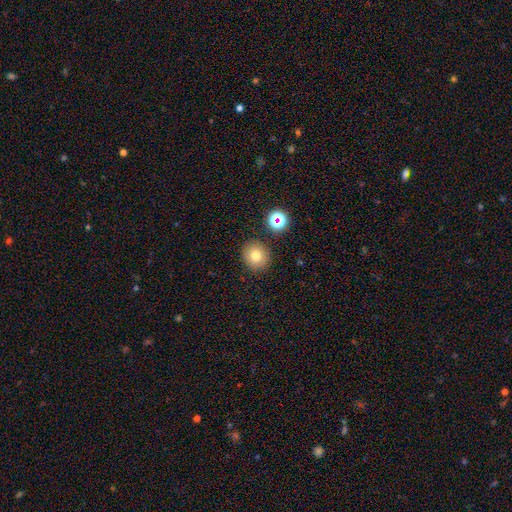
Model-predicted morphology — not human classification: Q: Smooth or featured?
A: smooth (75%); runner-up: star or artifact (15%)
Q: How rounded?
A: round (84%); runner-up: in between (15%)
Q: Merging?
A: none (86%); runner-up: minor disturbance (8%)